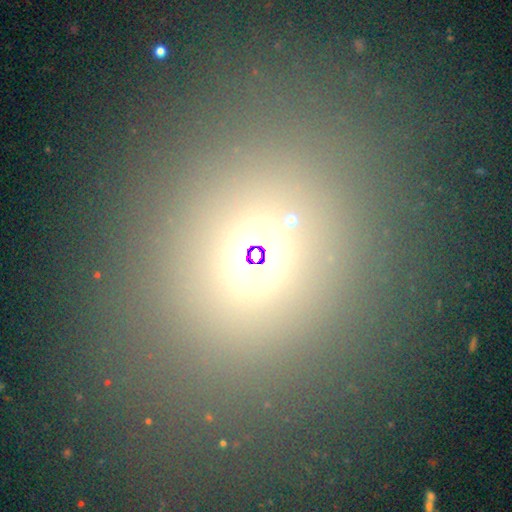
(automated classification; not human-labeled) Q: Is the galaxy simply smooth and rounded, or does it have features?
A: smooth — 53%.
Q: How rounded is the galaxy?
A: round — 60%.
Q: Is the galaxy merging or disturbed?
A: none — 80%.